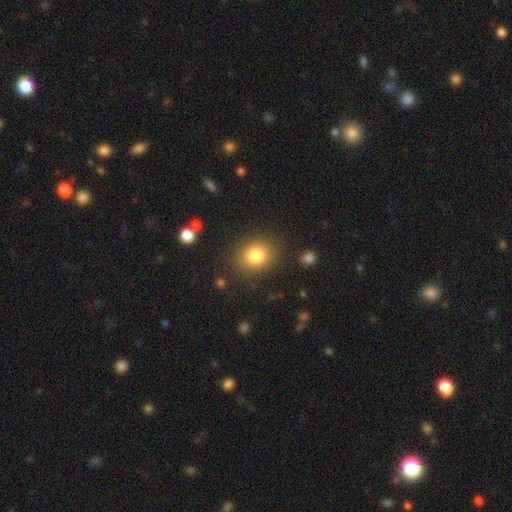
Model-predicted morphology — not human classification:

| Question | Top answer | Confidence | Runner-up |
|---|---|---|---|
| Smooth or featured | smooth | 81% | star or artifact (11%) |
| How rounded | round | 64% | in between (35%) |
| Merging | none | 85% | minor disturbance (9%) |